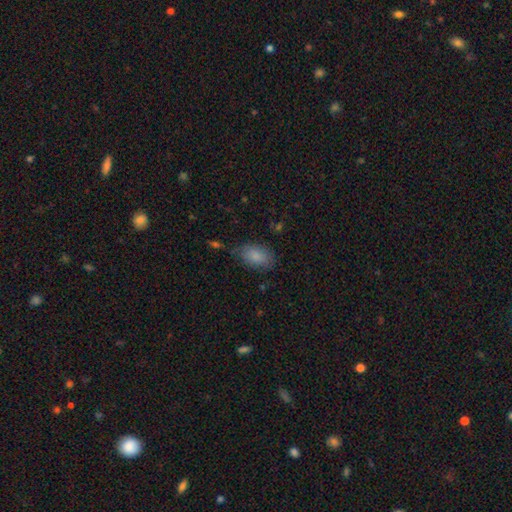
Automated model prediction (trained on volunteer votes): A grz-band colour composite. It shows a smooth galaxy with no disk features (86%) that is in between round and cigar-shaped (92%). Merging: none (71%).